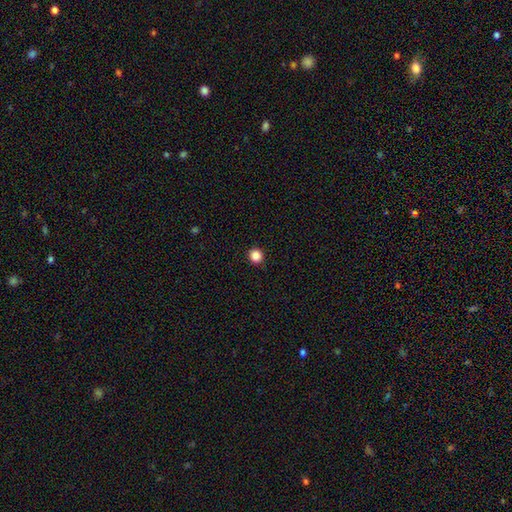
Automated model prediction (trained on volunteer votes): Overall: smooth (87%). How rounded: round (93%). Merging: none (92%).